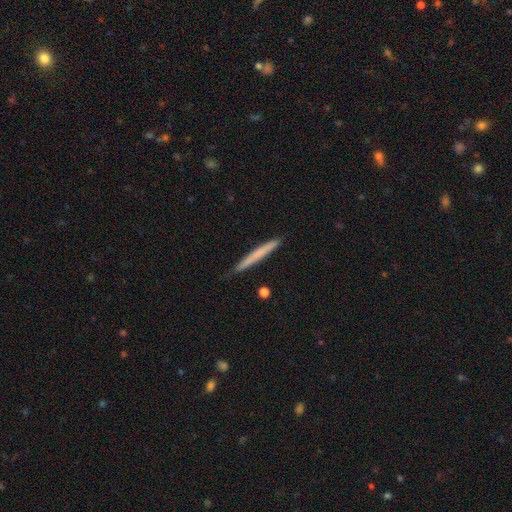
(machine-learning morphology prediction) Smooth or featured?
  - smooth: 64% *
  - featured or disk: 31%
  - star or artifact: 6%
How rounded?
  - cigar-shaped: 97% *
  - in between: 2%
  - round: 1%
Merging?
  - none: 84% *
  - minor disturbance: 13%
  - major disturbance: 2%
  - merger: 2%